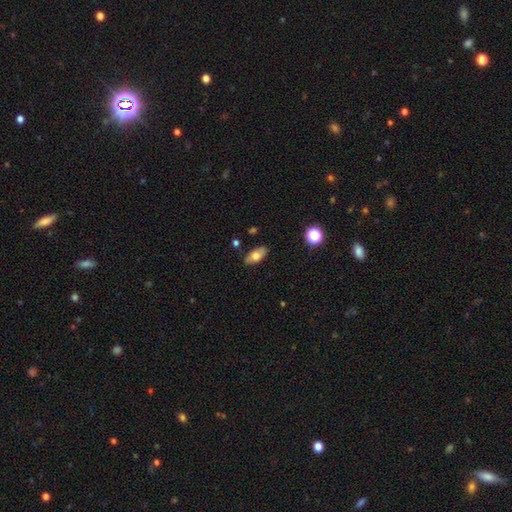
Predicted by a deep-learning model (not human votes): Overall: smooth (69%). How rounded: in between (89%). Merging: none (85%).